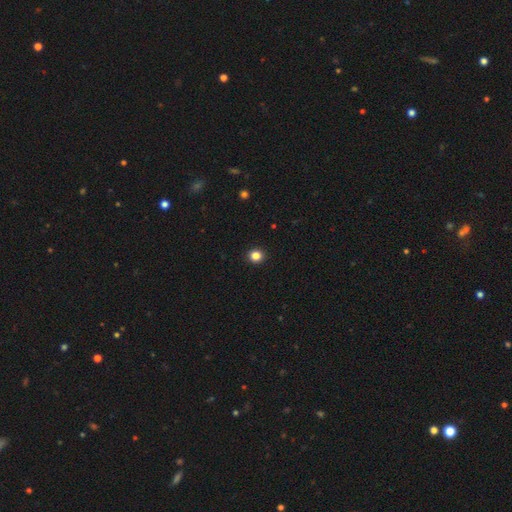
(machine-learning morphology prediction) type=smooth (84%); roundness=round (89%); merging=none (93%).